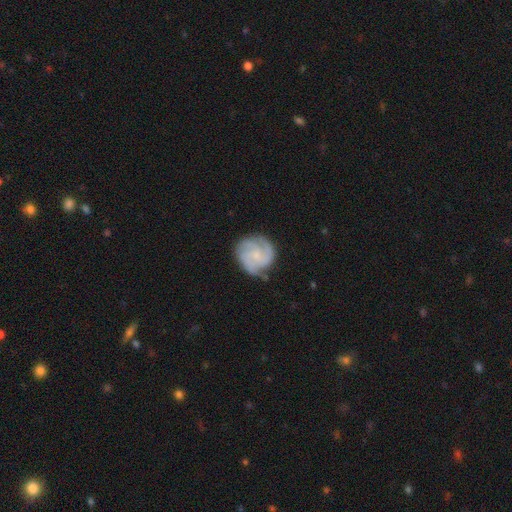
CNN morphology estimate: Q: Smooth or featured?
A: featured or disk (76%); runner-up: smooth (18%)
Q: Edge-on disk?
A: no (98%); runner-up: yes (2%)
Q: Bar?
A: no (66%); runner-up: weak (30%)
Q: Spiral arms?
A: yes (95%); runner-up: no (5%)
Q: Spiral winding?
A: tight (49%); runner-up: medium (41%)
Q: Spiral arm count?
A: 3 (48%); runner-up: 2 (17%)
Q: Bulge size?
A: small (58%); runner-up: moderate (21%)
Q: Merging?
A: none (71%); runner-up: minor disturbance (20%)